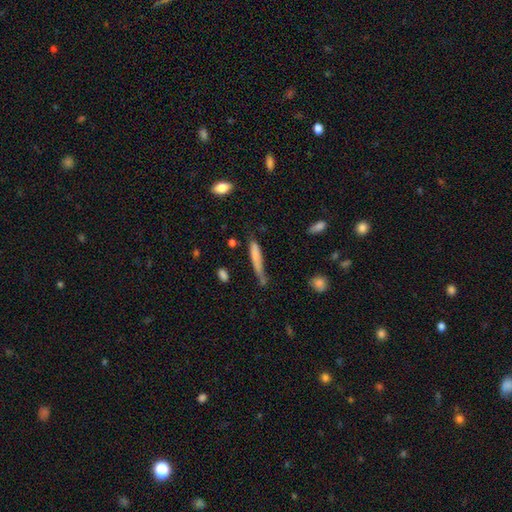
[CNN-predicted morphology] A smooth galaxy with no disk features (72%) that is cigar-shaped (90%). Merging: none (45%).